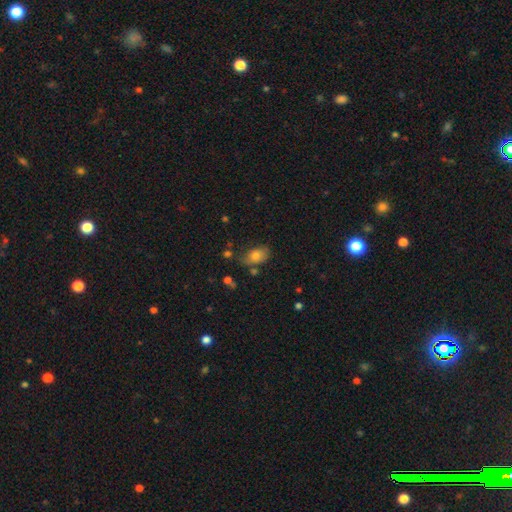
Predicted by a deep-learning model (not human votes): Smooth or featured? Predicted: smooth (p=0.79). How rounded? Predicted: in between (p=0.87). Merging? Predicted: none (p=0.59).